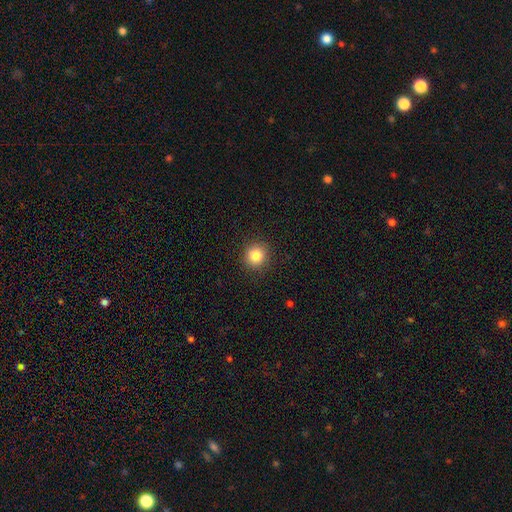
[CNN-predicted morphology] Smooth or featured? Predicted: smooth (p=0.84). How rounded? Predicted: round (p=0.91). Merging? Predicted: none (p=0.91).